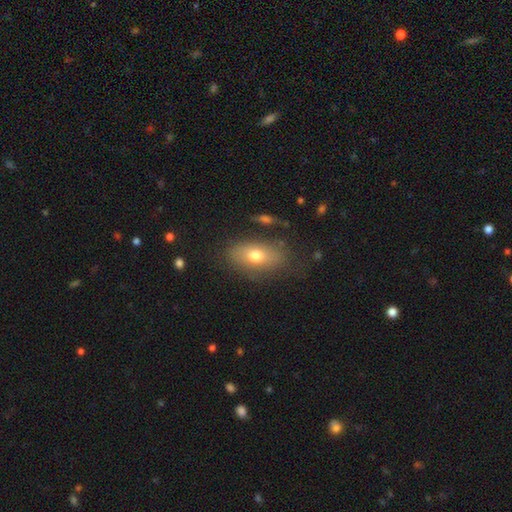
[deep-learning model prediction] This appears to be a smooth galaxy with no disk features (69%) that is in between round and cigar-shaped (86%). Merging: none (74%).